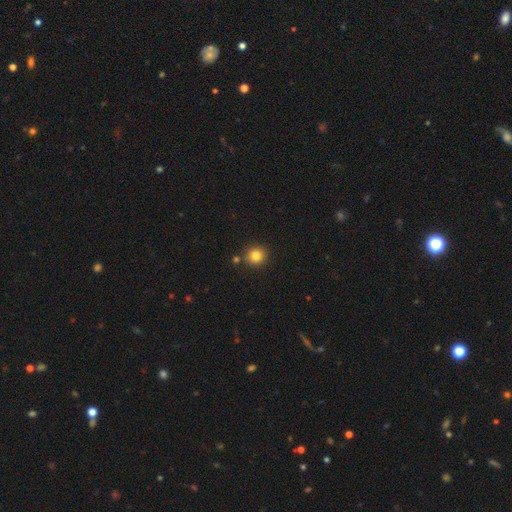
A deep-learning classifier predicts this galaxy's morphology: type=smooth (82%); roundness=round (91%); merging=none (84%).